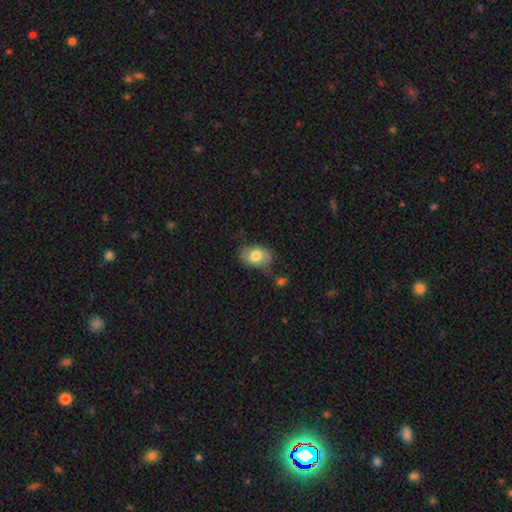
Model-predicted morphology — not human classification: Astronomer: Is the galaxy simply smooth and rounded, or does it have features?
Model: smooth — 76%.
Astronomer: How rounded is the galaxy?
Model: in between — 81%.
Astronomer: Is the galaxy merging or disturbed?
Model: none — 69%.